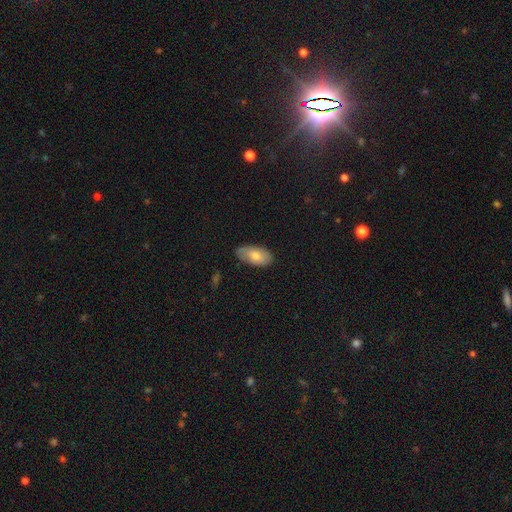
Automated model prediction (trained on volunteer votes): Smooth or featured? Predicted: smooth (p=0.74). How rounded? Predicted: in between (p=0.94). Merging? Predicted: none (p=0.75).